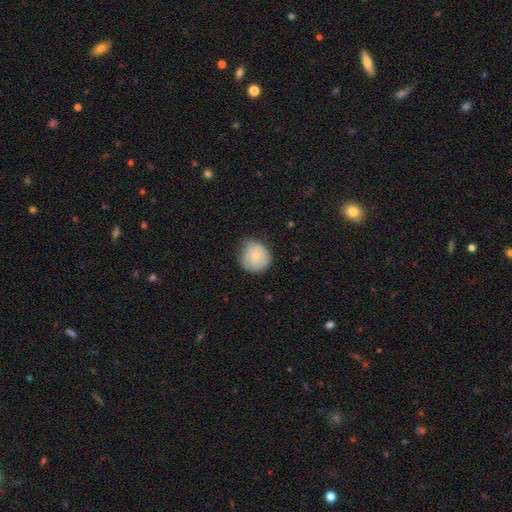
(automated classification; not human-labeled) A smooth galaxy with no disk features (65%) that is round (86%). Merging: none (55%).